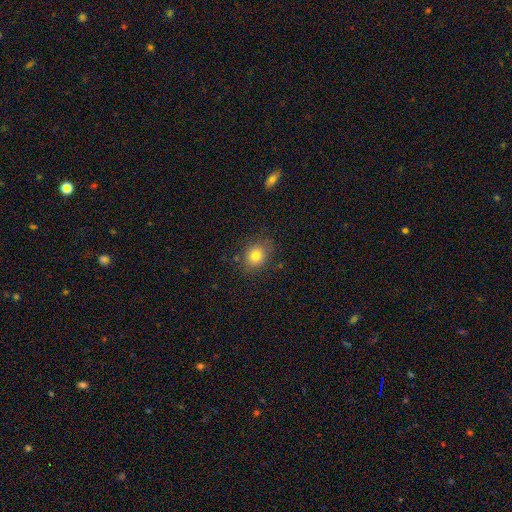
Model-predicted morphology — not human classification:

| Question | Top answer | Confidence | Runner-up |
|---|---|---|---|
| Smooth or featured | smooth | 80% | star or artifact (12%) |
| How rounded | round | 67% | in between (32%) |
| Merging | none | 80% | minor disturbance (13%) |